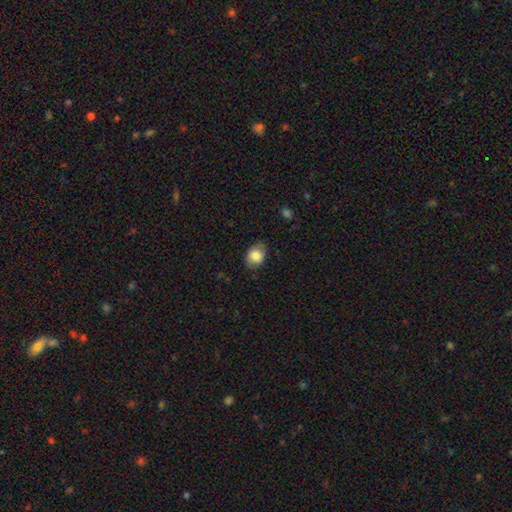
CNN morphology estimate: This is clearly a smooth galaxy (81%). How rounded: likely in between (67%). Merging: likely none (77%).